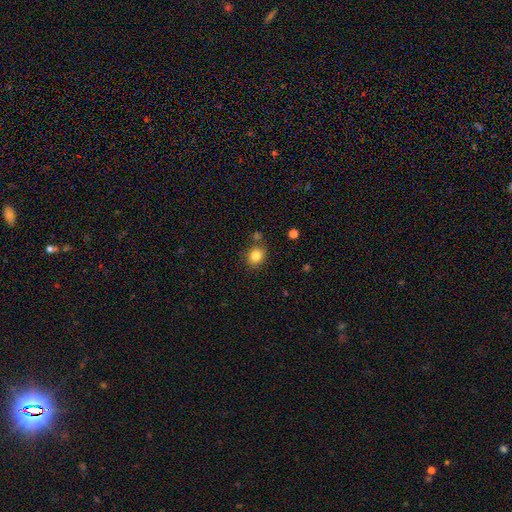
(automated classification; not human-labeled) The model was most divided on "how rounded": round: 66%, in between: 33%, cigar-shaped: 1%. More confident: smooth or featured — smooth (83%); merging — none (75%).